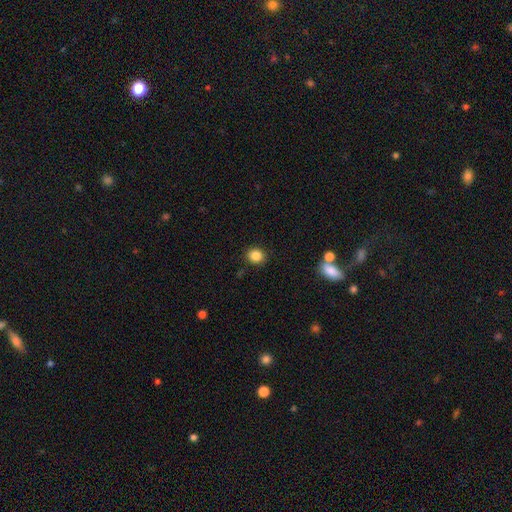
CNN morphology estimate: This is clearly a smooth galaxy (85%). How rounded: likely round (79%). Merging: clearly none (89%).